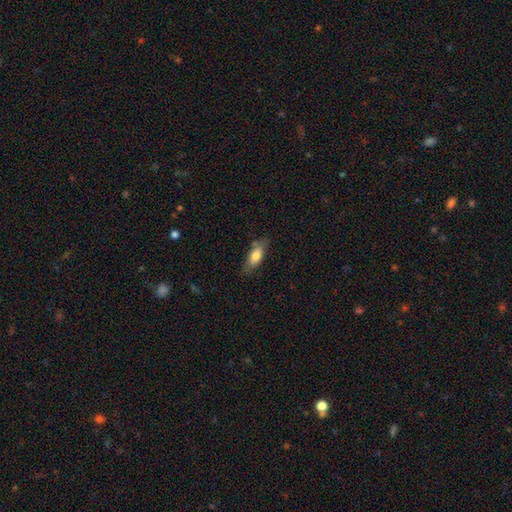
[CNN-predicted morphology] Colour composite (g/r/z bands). It shows a smooth galaxy with no disk features (74%) that is in between round and cigar-shaped (74%). Merging: none (73%).